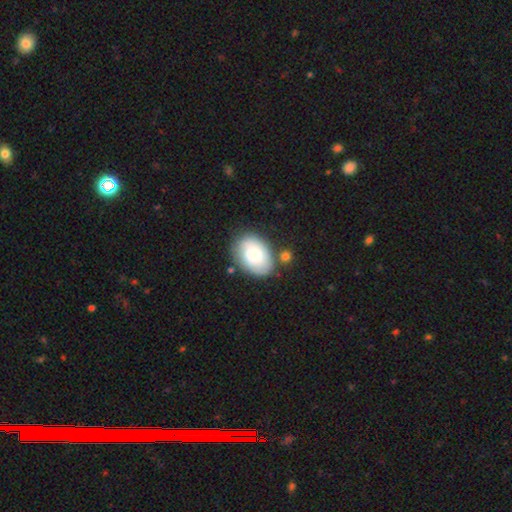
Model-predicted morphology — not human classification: smooth_or_featured: smooth (p=0.65) [alt: featured or disk p=0.28]
how_rounded: in between (p=0.81) [alt: round p=0.18]
merging: none (p=0.66) [alt: minor disturbance p=0.19]